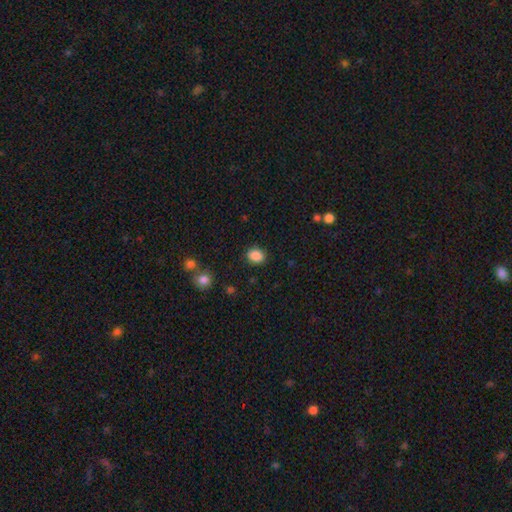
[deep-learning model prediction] Smooth or featured?
  - smooth: 87% *
  - star or artifact: 9%
  - featured or disk: 3%
How rounded?
  - in between: 54% *
  - round: 45%
  - cigar-shaped: 1%
Merging?
  - none: 87% *
  - minor disturbance: 9%
  - major disturbance: 3%
  - merger: 2%